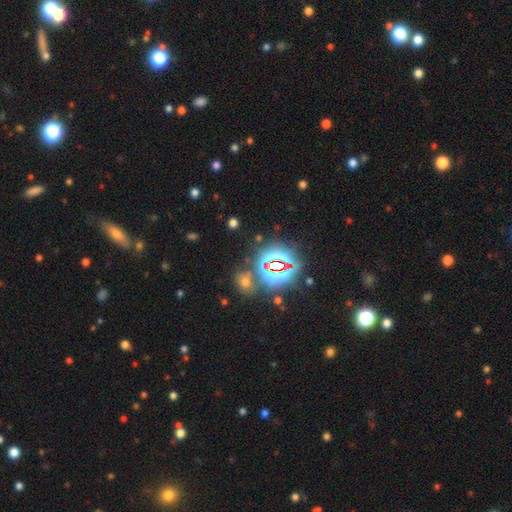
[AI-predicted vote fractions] Smooth or featured: star or artifact — 81% (smooth — 11%)